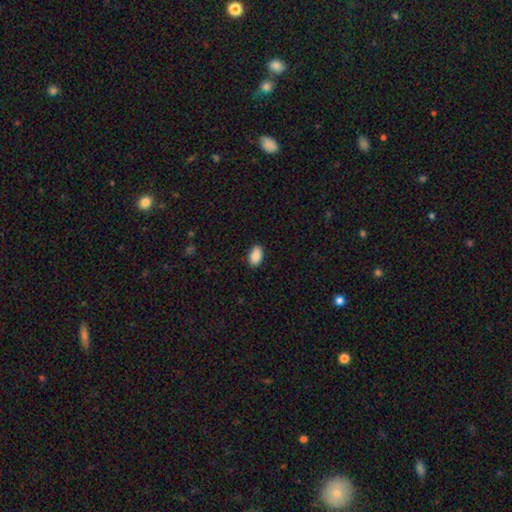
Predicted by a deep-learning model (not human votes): smooth_or_featured: smooth (p=0.89) [alt: star or artifact p=0.07]
how_rounded: in between (p=0.92) [alt: round p=0.06]
merging: none (p=0.89) [alt: minor disturbance p=0.08]